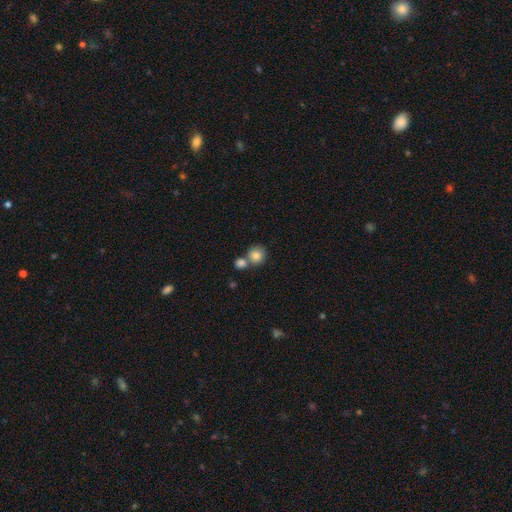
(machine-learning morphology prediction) smooth-or-featured: smooth: 83% | star or artifact: 9% | featured or disk: 8%
  how-rounded: round: 86% | in between: 13% | cigar-shaped: 1%
  merging: none: 52% | merger: 37% | minor disturbance: 8% | major disturbance: 3%